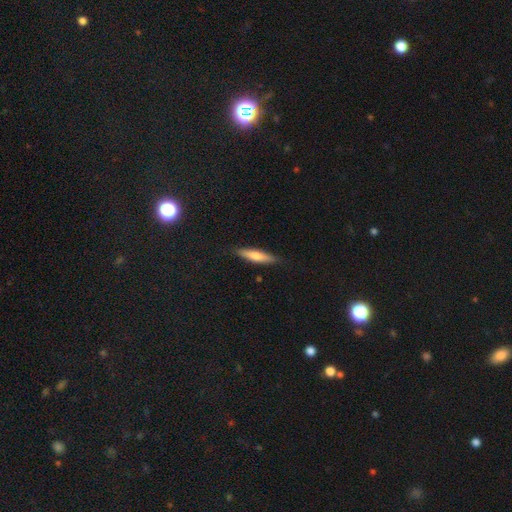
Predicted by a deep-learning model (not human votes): Smooth or featured: smooth — 62% (featured or disk — 32%)
How rounded: cigar-shaped — 82% (in between — 16%)
Merging: none — 87% (minor disturbance — 10%)